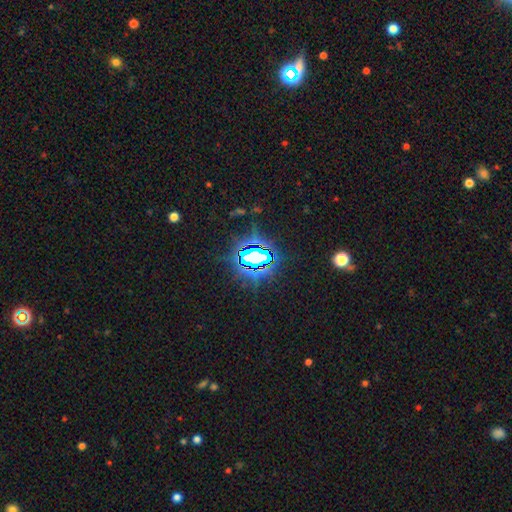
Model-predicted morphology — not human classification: Q: Smooth or featured?
A: star or artifact (84%); runner-up: smooth (10%)